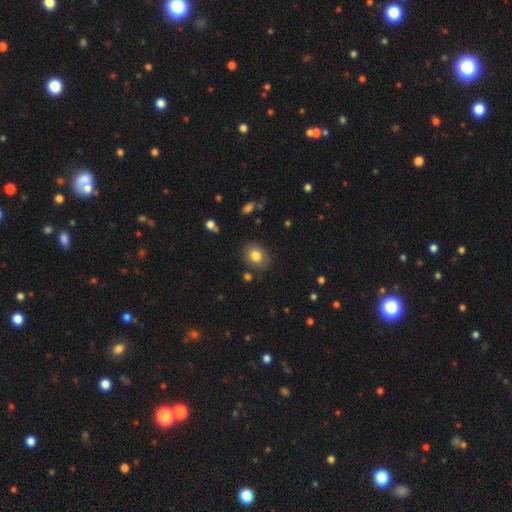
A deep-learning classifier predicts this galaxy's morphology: Smooth or featured: smooth — 80% (featured or disk — 11%)
How rounded: in between — 53% (round — 46%)
Merging: none — 84% (minor disturbance — 10%)